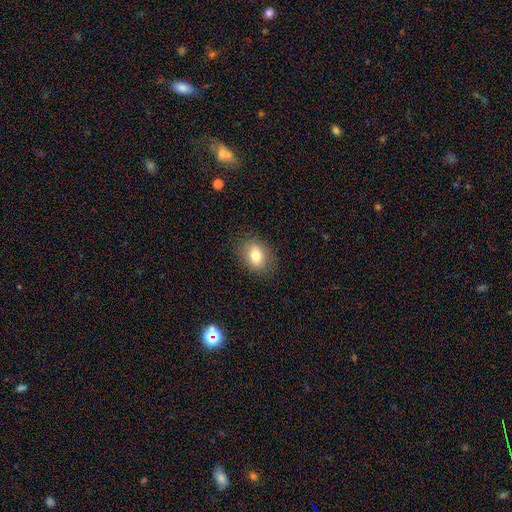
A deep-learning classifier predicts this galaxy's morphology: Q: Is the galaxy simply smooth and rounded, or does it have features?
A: smooth — 78%.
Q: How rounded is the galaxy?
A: in between — 69%.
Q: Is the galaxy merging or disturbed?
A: none — 84%.